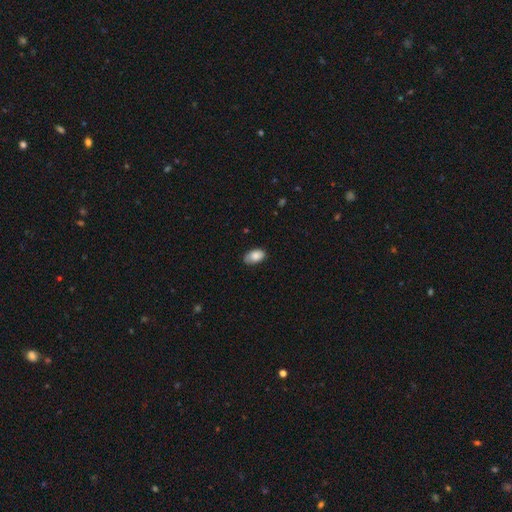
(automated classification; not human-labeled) Q: Smooth or featured?
A: smooth (81%); runner-up: featured or disk (11%)
Q: How rounded?
A: in between (93%); runner-up: round (6%)
Q: Merging?
A: none (72%); runner-up: minor disturbance (23%)